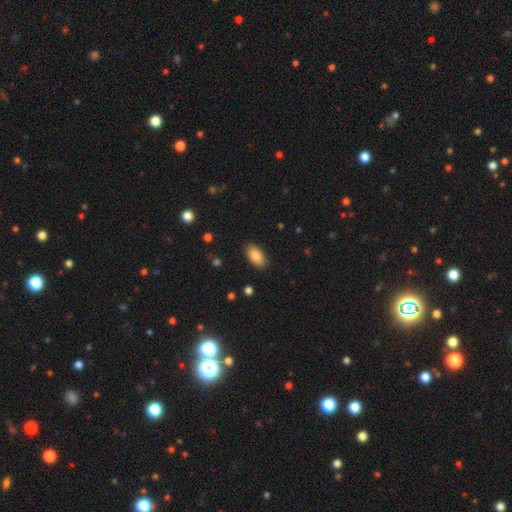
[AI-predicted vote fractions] The model was most divided on "merging": none: 88%, minor disturbance: 9%, major disturbance: 2%, merger: 1%. More confident: how rounded — in between (94%); smooth or featured — smooth (87%).